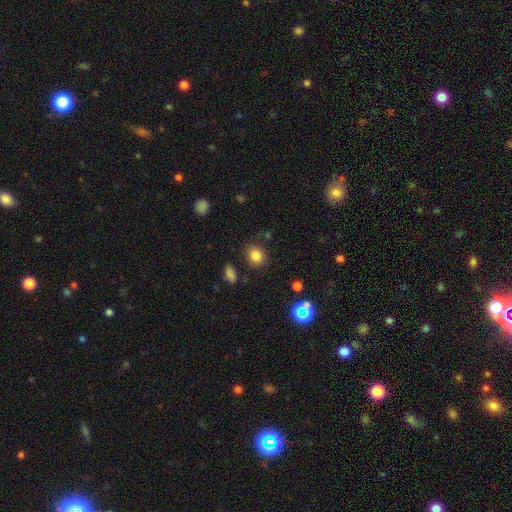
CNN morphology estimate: This appears to be a smooth galaxy with no disk features (82%) that is round (73%). Merging: none (83%).